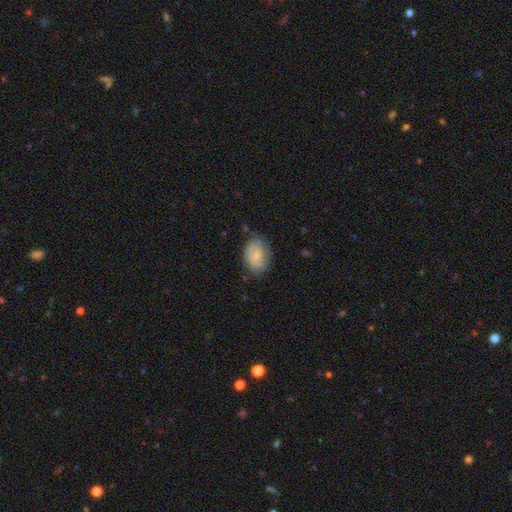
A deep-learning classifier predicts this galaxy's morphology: This appears to be a smooth galaxy with no disk features (57%) that is in between round and cigar-shaped (78%). Merging: none (66%).